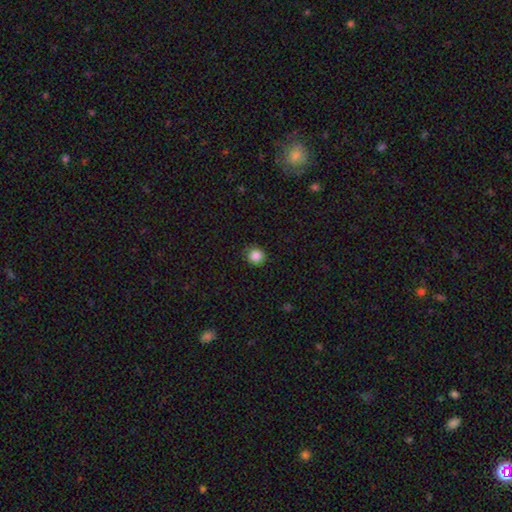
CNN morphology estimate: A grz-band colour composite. It shows a smooth galaxy with no disk features (86%) that is round (91%). Merging: none (90%).